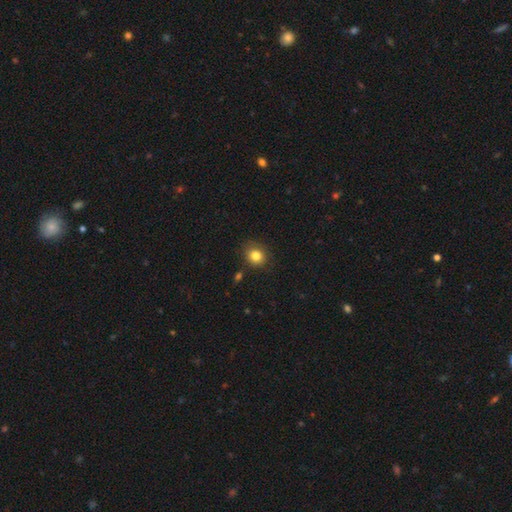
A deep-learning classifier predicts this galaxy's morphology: This is clearly a smooth galaxy (82%). How rounded: likely round (69%). Merging: clearly none (83%).